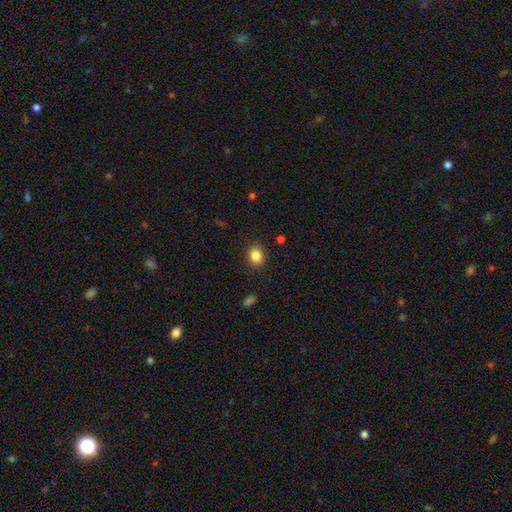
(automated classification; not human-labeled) This appears to be a smooth galaxy with no disk features (84%) that is round (65%). Merging: none (89%).